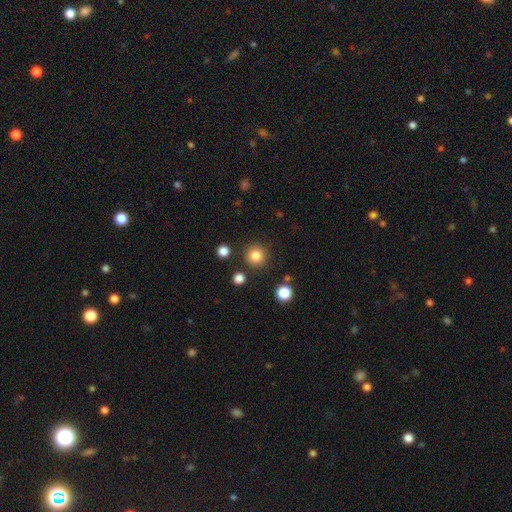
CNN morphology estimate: smooth 84%, star or artifact 12%, featured or disk 4%. Down the decision tree: how rounded — round (95%); merging — none (88%).